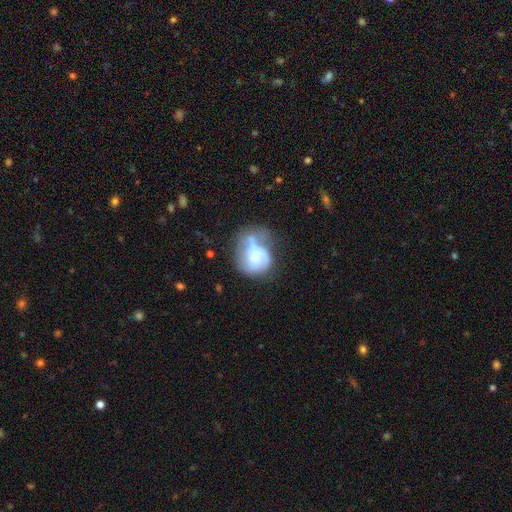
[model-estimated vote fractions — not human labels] Smooth or featured? smooth (49%)
Merging? major disturbance (35%)